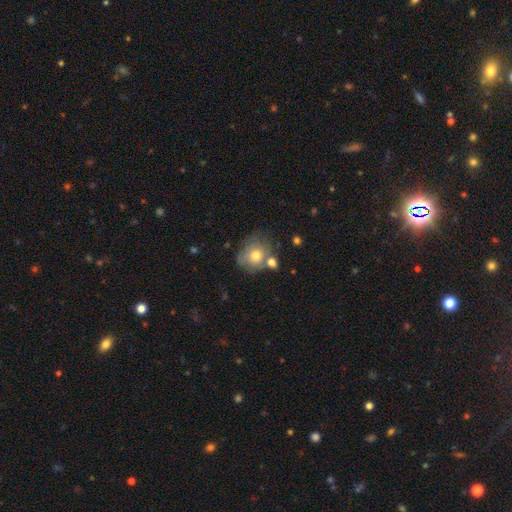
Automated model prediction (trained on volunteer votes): smooth 67%, featured or disk 24%, star or artifact 9%. Down the decision tree: how rounded — round (72%); merging — none (49%).